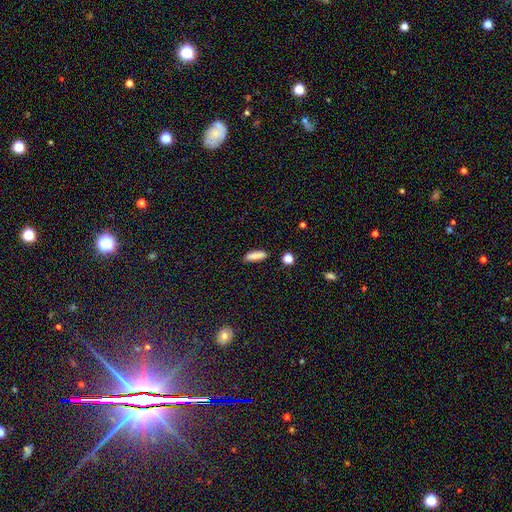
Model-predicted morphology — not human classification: Smooth or featured?
  - smooth: 85% *
  - star or artifact: 8%
  - featured or disk: 7%
How rounded?
  - cigar-shaped: 65% *
  - in between: 33%
  - round: 2%
Merging?
  - none: 86% *
  - minor disturbance: 9%
  - merger: 2%
  - major disturbance: 2%